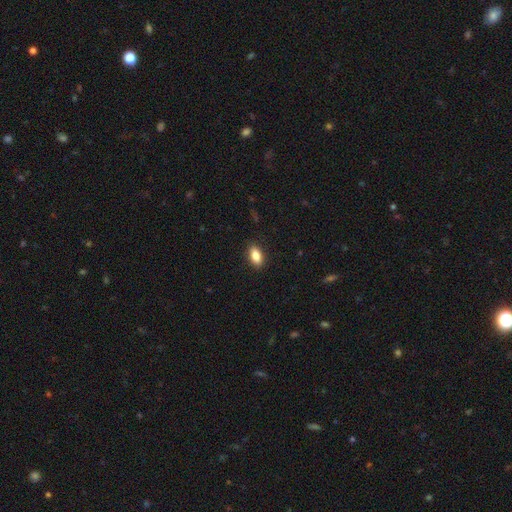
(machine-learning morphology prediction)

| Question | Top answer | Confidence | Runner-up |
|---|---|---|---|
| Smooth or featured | smooth | 86% | star or artifact (8%) |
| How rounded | in between | 89% | round (6%) |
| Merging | none | 89% | minor disturbance (8%) |